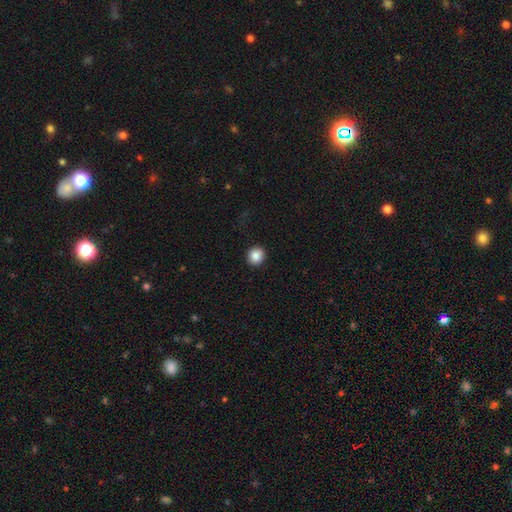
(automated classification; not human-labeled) Smooth or featured?
  - smooth: 87% *
  - star or artifact: 9%
  - featured or disk: 4%
How rounded?
  - round: 90% *
  - in between: 10%
  - cigar-shaped: 1%
Merging?
  - none: 92% *
  - minor disturbance: 5%
  - major disturbance: 2%
  - merger: 1%